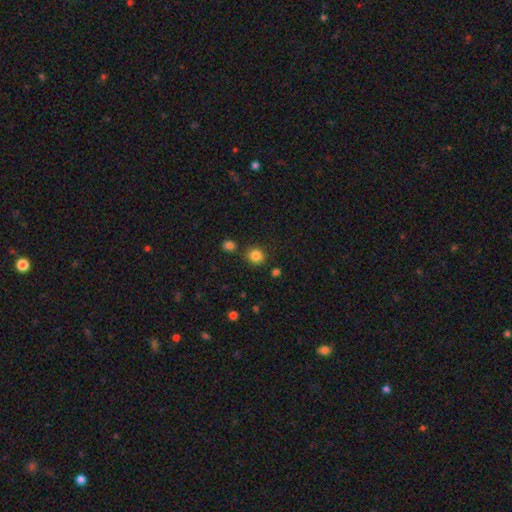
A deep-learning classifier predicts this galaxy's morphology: The model was most divided on "smooth or featured": smooth: 84%, star or artifact: 12%, featured or disk: 4%. More confident: how rounded — round (89%); merging — none (82%).